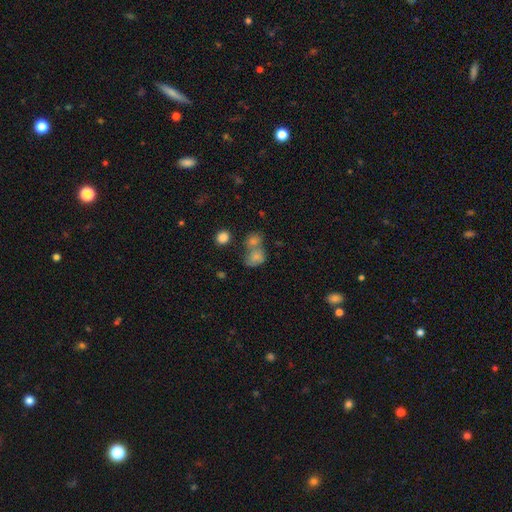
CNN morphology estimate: Q: Smooth or featured?
A: smooth (73%); runner-up: featured or disk (15%)
Q: How rounded?
A: in between (56%); runner-up: round (42%)
Q: Merging?
A: merger (53%); runner-up: none (27%)